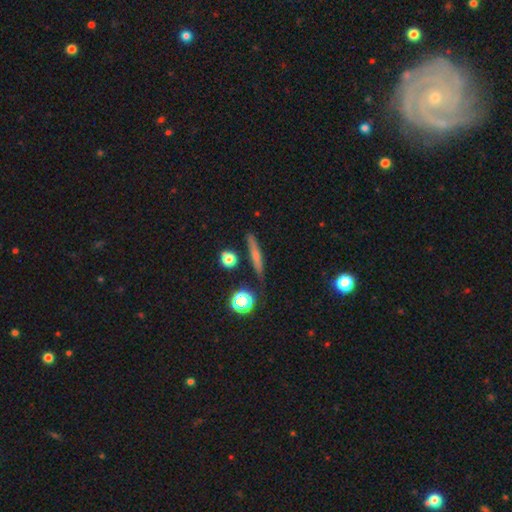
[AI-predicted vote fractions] The model was most divided on "smooth or featured": smooth: 54%, featured or disk: 35%, star or artifact: 11%. More confident: merging — none (85%); how rounded — cigar-shaped (84%).